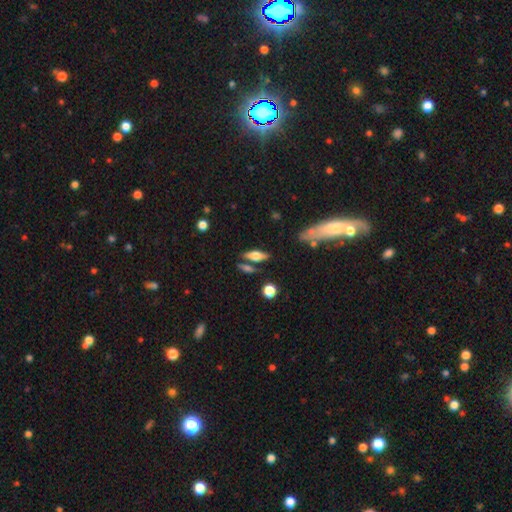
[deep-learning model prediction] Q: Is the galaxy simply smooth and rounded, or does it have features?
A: smooth — 52%.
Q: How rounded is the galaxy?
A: in between — 58%.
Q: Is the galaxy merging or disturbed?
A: none — 72%.